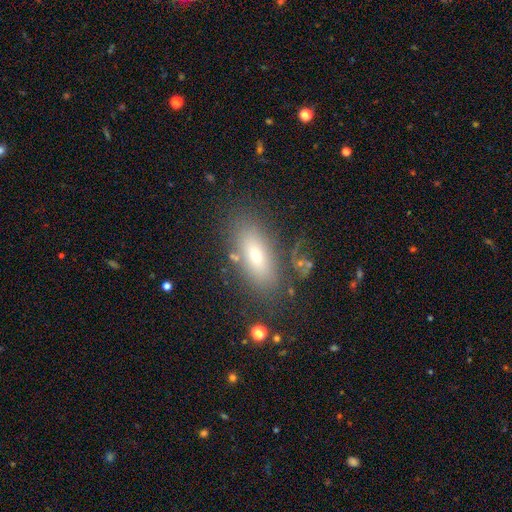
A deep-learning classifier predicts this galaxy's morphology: Q: Smooth or featured?
A: smooth (66%); runner-up: featured or disk (23%)
Q: How rounded?
A: in between (79%); runner-up: cigar-shaped (16%)
Q: Merging?
A: none (76%); runner-up: minor disturbance (13%)